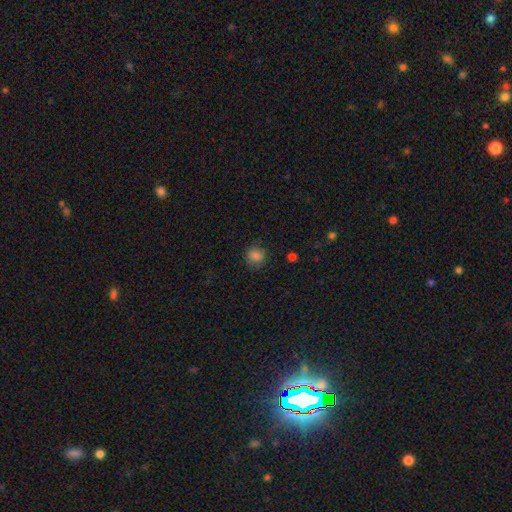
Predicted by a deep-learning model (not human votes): smooth 83%, star or artifact 11%, featured or disk 6%. Down the decision tree: how rounded — round (86%); merging — none (81%).